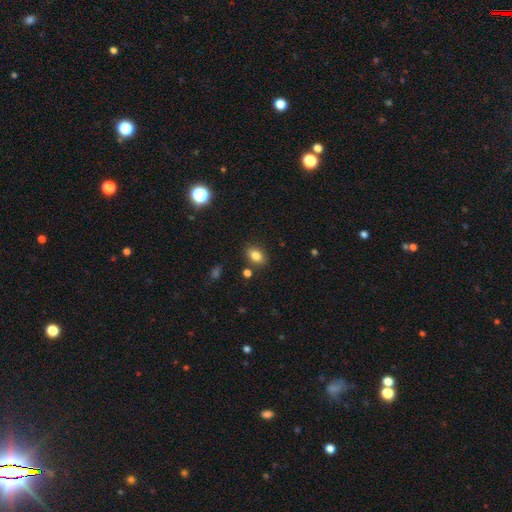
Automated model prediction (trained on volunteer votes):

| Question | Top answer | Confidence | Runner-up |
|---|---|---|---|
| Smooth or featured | smooth | 82% | star or artifact (11%) |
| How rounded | in between | 80% | round (19%) |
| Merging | none | 82% | minor disturbance (11%) |